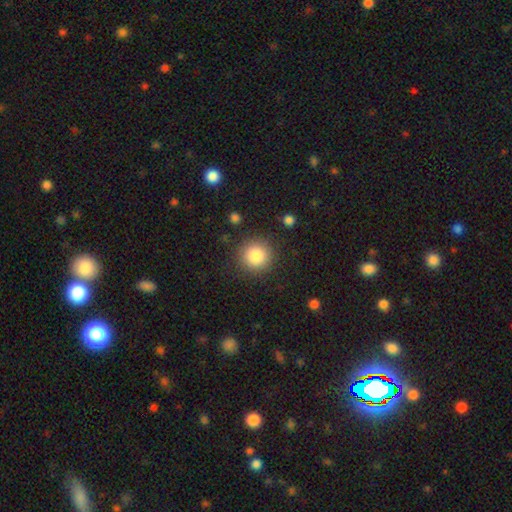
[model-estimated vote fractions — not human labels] A smooth galaxy with no disk features (84%) that is round (94%).

Vote fractions:
- Smooth or featured? smooth: 84% / star or artifact: 10% / featured or disk: 6%
- How rounded? round: 94% / in between: 5% / cigar-shaped: 1%
- Merging? none: 88% / minor disturbance: 7% / major disturbance: 3% / merger: 2%